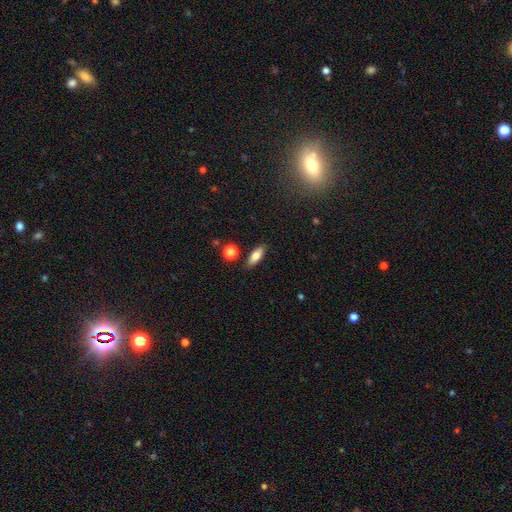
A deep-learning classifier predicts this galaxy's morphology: A smooth galaxy with no disk features (73%) that is in between round and cigar-shaped (64%).

Vote fractions:
- Smooth or featured? smooth: 73% / featured or disk: 19% / star or artifact: 8%
- How rounded? in between: 64% / cigar-shaped: 32% / round: 4%
- Merging? none: 85% / minor disturbance: 10% / merger: 3% / major disturbance: 2%